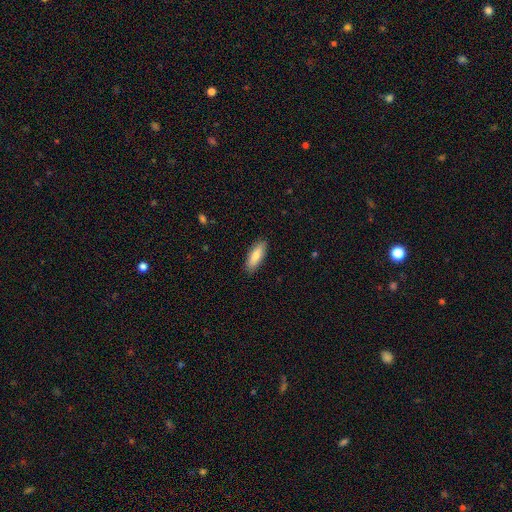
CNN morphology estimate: The model was most divided on "how rounded": in between: 58%, cigar-shaped: 40%, round: 2%. More confident: merging — none (88%); smooth or featured — smooth (83%).